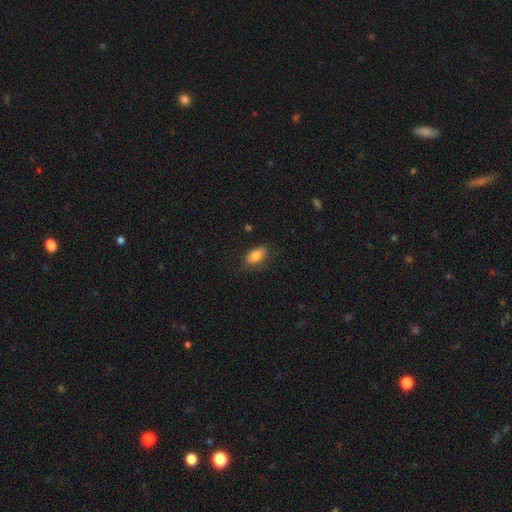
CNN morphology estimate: Smooth or featured? smooth (83%)
How rounded? in between (89%)
Merging? none (75%)